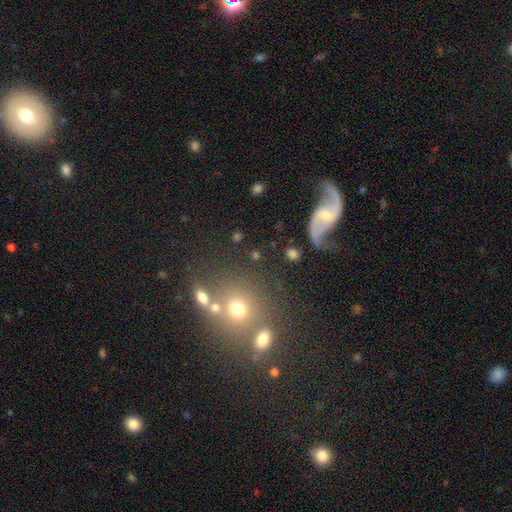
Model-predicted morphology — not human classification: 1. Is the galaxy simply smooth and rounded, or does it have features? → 47% smooth, 37% featured or disk, 17% star or artifact.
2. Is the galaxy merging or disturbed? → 59% none, 16% merger, 15% minor disturbance, 11% major disturbance.